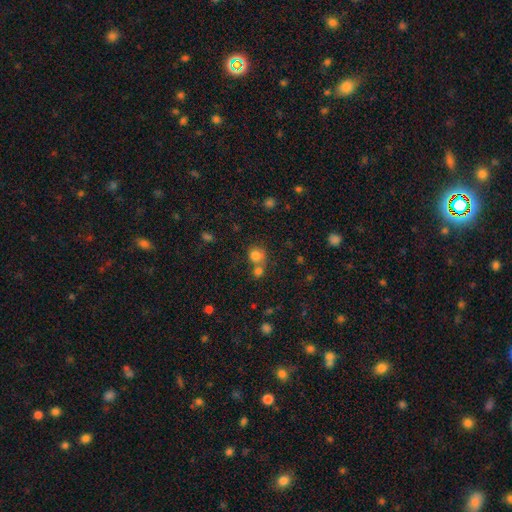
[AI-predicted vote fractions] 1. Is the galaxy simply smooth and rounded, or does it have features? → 79% smooth, 13% star or artifact, 8% featured or disk.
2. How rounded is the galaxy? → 83% round, 16% in between, 1% cigar-shaped.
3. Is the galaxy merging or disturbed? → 50% none, 36% merger, 9% minor disturbance, 4% major disturbance.